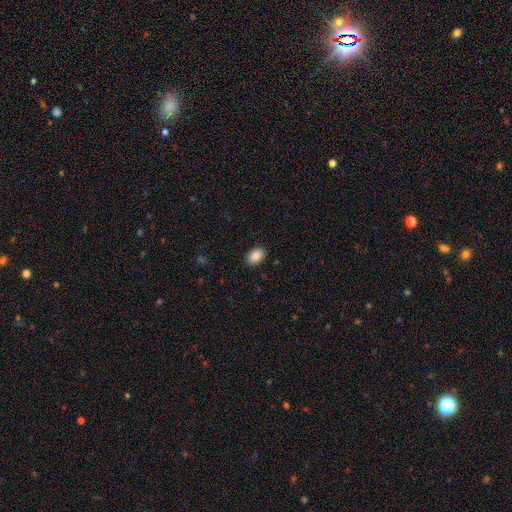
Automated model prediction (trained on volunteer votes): A smooth galaxy with no disk features (87%) that is in between round and cigar-shaped (84%). Merging: none (89%).